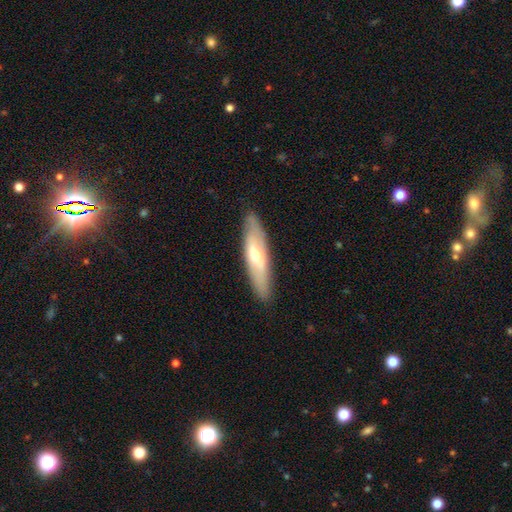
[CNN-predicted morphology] smooth-or-featured: featured or disk: 50% | smooth: 45% | star or artifact: 5%
  merging: none: 86% | minor disturbance: 10% | major disturbance: 2% | merger: 1%